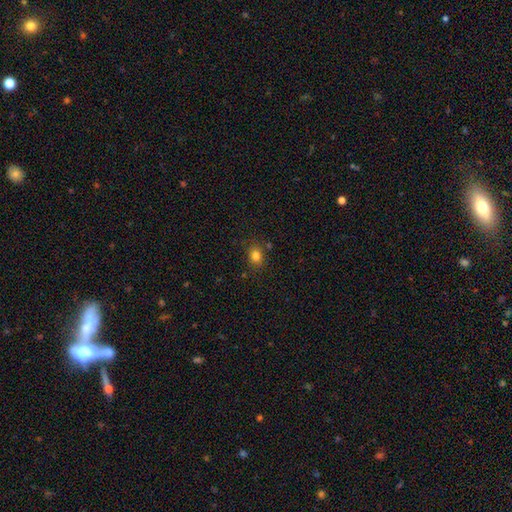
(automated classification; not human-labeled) smooth_or_featured: smooth (p=0.81) [alt: star or artifact p=0.13]
how_rounded: round (p=0.51) [alt: in between p=0.48]
merging: none (p=0.80) [alt: minor disturbance p=0.13]